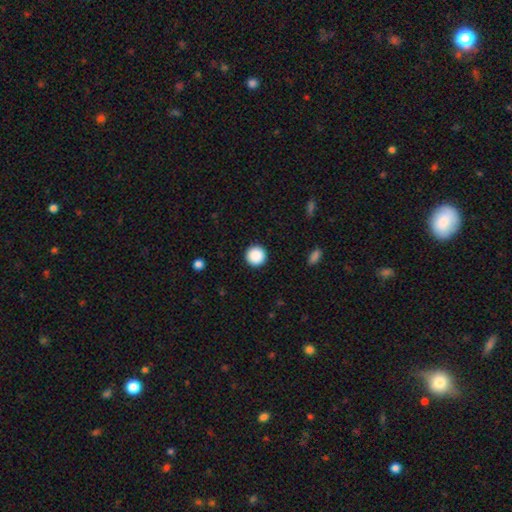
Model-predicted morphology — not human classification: This is clearly a smooth galaxy (89%). How rounded: clearly round (96%). Merging: clearly none (93%).